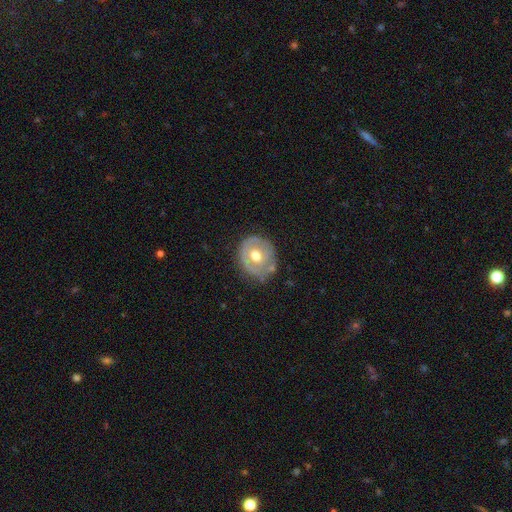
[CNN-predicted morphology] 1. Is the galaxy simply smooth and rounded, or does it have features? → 54% featured or disk, 40% smooth, 6% star or artifact.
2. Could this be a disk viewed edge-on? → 95% no, 5% yes.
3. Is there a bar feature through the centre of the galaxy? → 82% no, 15% weak, 3% strong.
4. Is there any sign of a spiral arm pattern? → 73% no, 27% yes.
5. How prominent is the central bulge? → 75% moderate, 16% large, 7% small, 1% dominant, 1% none.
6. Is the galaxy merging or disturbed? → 66% none, 22% minor disturbance, 8% major disturbance, 4% merger.